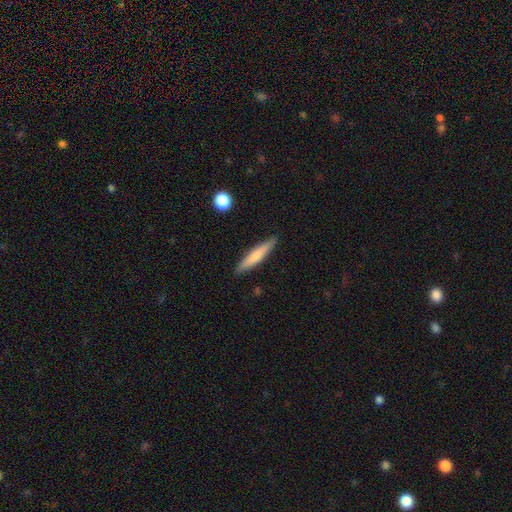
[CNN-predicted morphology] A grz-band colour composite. It shows a smooth galaxy with no disk features (66%) that is cigar-shaped (90%). Merging: none (89%).